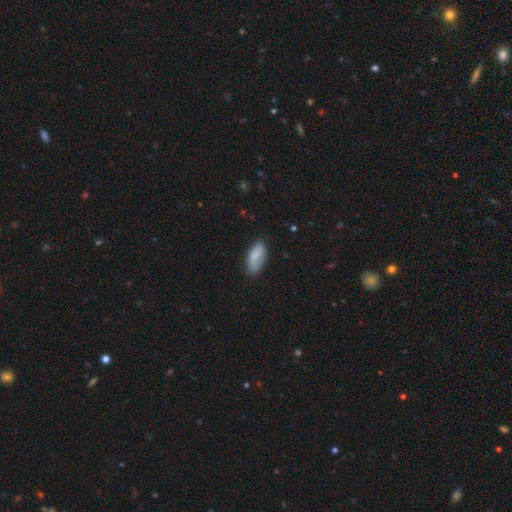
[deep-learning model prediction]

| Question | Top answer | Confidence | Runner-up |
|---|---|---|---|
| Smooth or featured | smooth | 79% | featured or disk (14%) |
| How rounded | in between | 88% | cigar-shaped (10%) |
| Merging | none | 65% | minor disturbance (25%) |